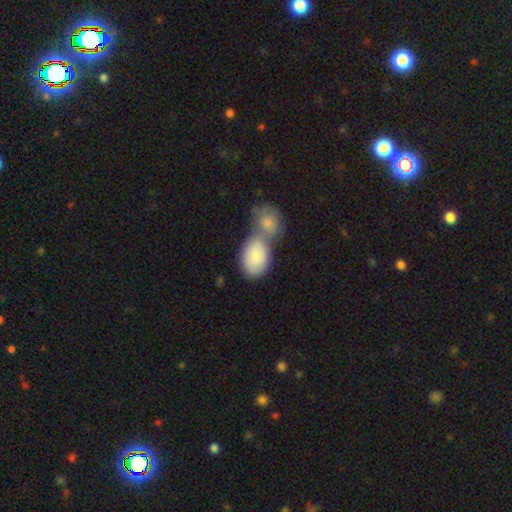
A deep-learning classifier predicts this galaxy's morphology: smooth 83%, featured or disk 12%, star or artifact 6%. Down the decision tree: how rounded — in between (85%); merging — merger (60%).